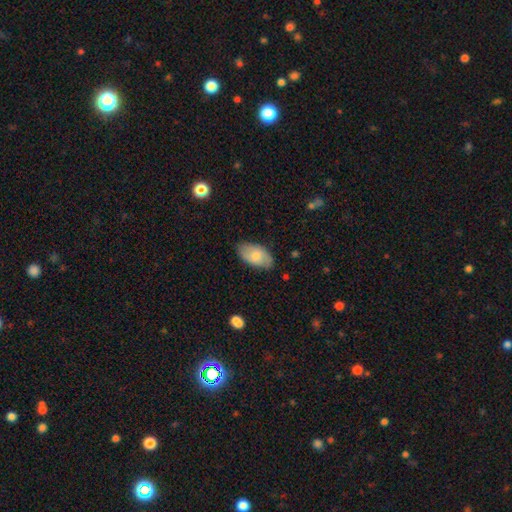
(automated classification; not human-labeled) Smooth or featured? smooth (73%)
How rounded? in between (94%)
Merging? none (79%)